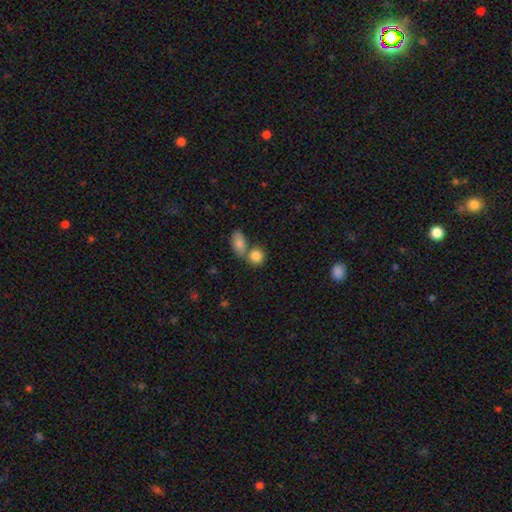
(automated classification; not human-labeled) Overall: smooth (85%). How rounded: round (69%). Merging: none (46%; merger 41%).